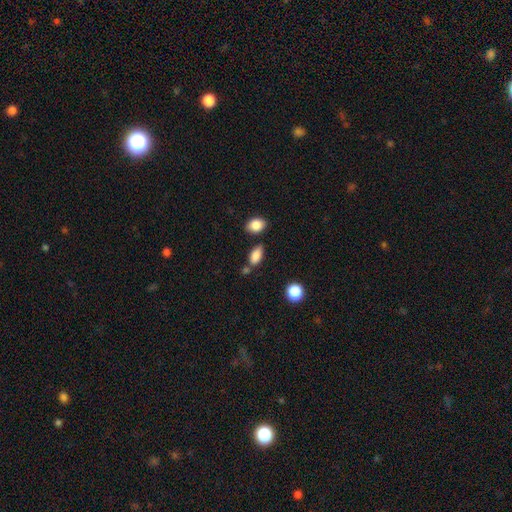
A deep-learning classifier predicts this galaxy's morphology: Smooth or featured? smooth (85%)
How rounded? in between (87%)
Merging? none (68%)